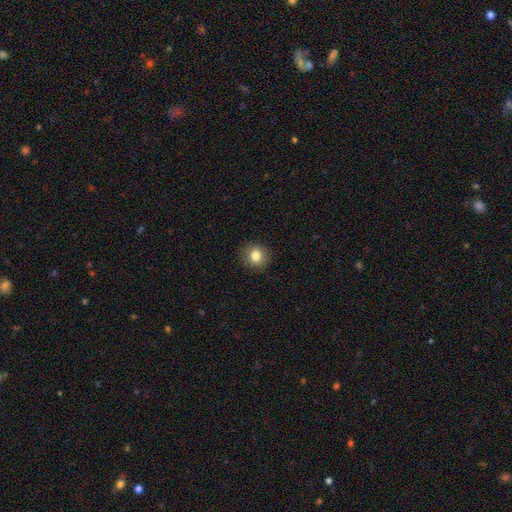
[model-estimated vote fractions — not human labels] The model was most divided on "how rounded": round: 82%, in between: 17%, cigar-shaped: 1%. More confident: merging — none (90%); smooth or featured — smooth (81%).